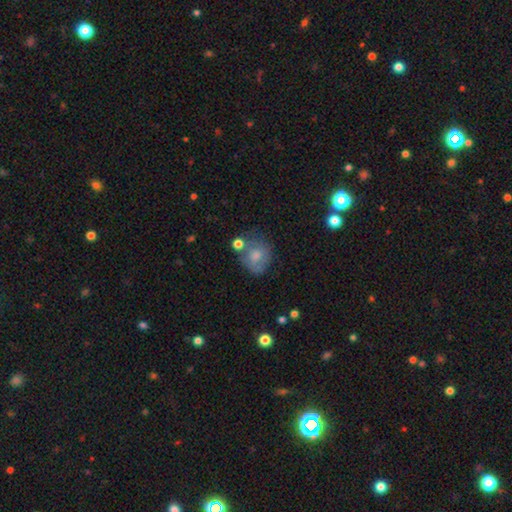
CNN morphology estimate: Smooth or featured? smooth (60%)
How rounded? round (64%)
Merging? none (47%)